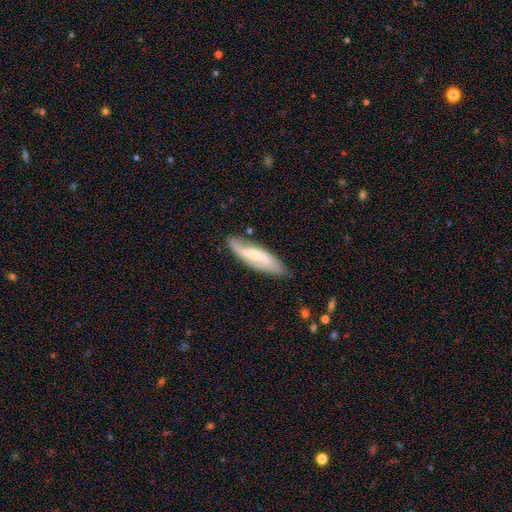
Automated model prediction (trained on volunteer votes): A featured or disk galaxy (73%) with a weak bar (44%), 2 (85%) loose (56%) spiral arms (92%) and a small central bulge (56%).

Vote fractions:
- Smooth or featured? featured or disk: 73% / smooth: 22% / star or artifact: 5%
- Edge-on disk? no: 84% / yes: 16%
- Bar? weak: 44% / no: 30% / strong: 25%
- Spiral arms? yes: 92% / no: 8%
- Spiral winding? loose: 56% / medium: 32% / tight: 12%
- Spiral arm count? 2: 85% / can't tell: 7% / 1: 5% / 3: 1% / 4: 1% / more than 4: 1%
- Bulge size? small: 56% / moderate: 34% / none: 6% / large: 3% / dominant: 1%
- Merging? none: 75% / minor disturbance: 18% / major disturbance: 5% / merger: 2%